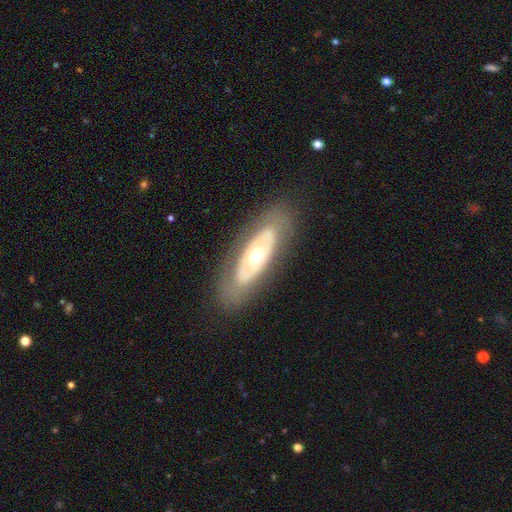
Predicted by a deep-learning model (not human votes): A featured or disk galaxy (62%) with no bar (90%), no spiral arms (88%) and a moderate central bulge (71%). Merging: none (82%).